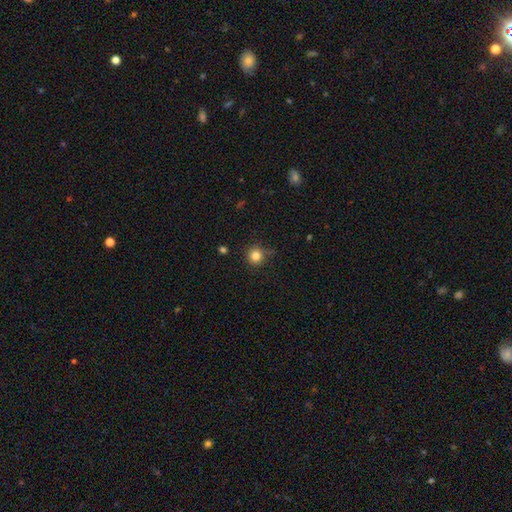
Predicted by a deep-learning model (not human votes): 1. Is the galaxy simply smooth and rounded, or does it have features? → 82% smooth, 12% star or artifact, 5% featured or disk.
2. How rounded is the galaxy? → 94% round, 5% in between, 1% cigar-shaped.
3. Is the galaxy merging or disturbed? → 83% none, 12% minor disturbance, 3% major disturbance, 2% merger.